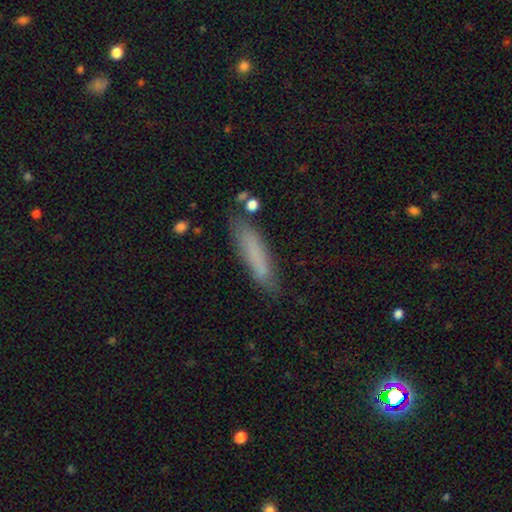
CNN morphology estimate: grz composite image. It shows a smooth galaxy with no disk features (72%) that is cigar-shaped (85%). Merging: none (78%).